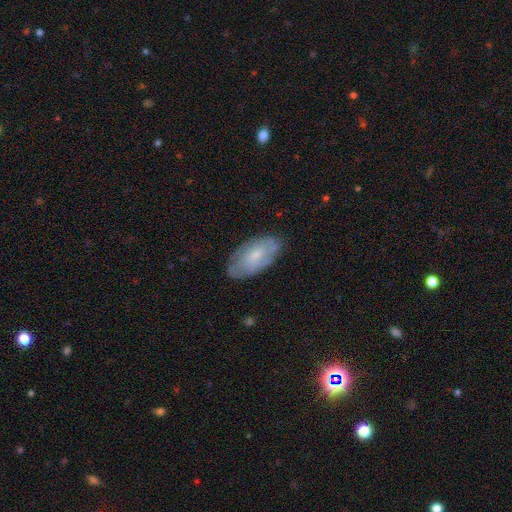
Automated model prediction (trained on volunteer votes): Morphology: type=smooth (47%); merging=none (75%).